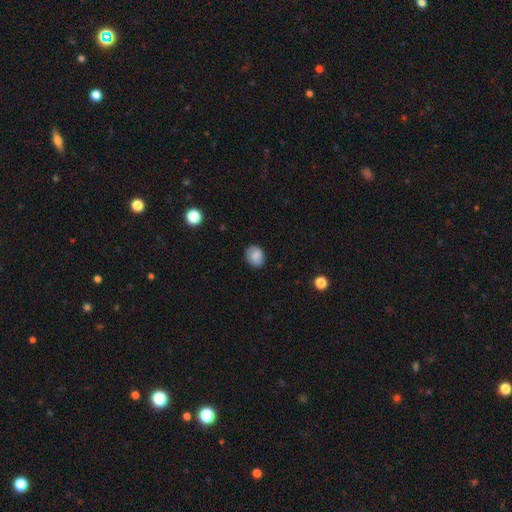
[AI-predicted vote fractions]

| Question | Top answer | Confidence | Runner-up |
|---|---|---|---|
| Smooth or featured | smooth | 80% | featured or disk (11%) |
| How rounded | round | 56% | in between (43%) |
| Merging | none | 82% | minor disturbance (14%) |